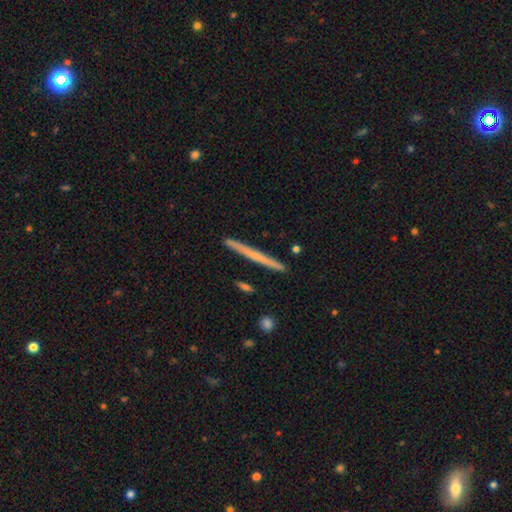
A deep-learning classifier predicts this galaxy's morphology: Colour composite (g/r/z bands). It shows a featured or disk galaxy (55%) viewed edge-on (98%) with no central bulge (72%). Merging: none (92%).